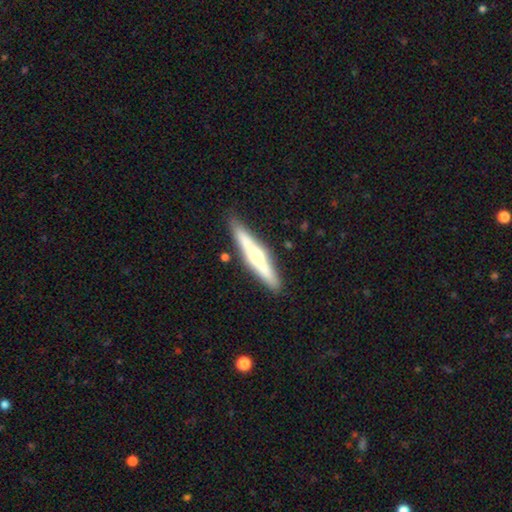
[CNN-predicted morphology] The model was most divided on "smooth or featured": featured or disk: 63%, smooth: 32%, star or artifact: 6%. More confident: edge-on disk — yes (95%); edge-on bulge — rounded (88%); merging — none (88%).